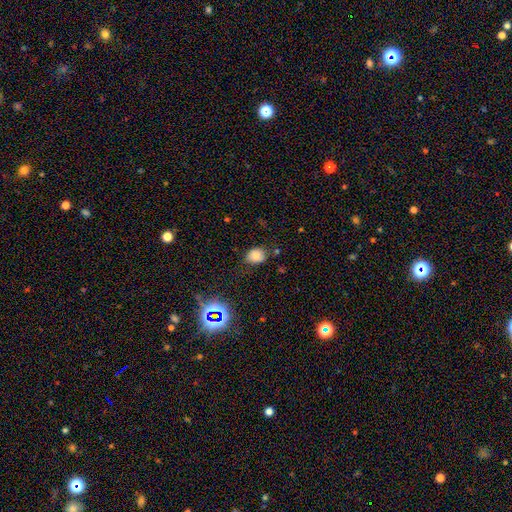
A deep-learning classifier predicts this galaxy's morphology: A smooth galaxy with no disk features (75%) that is round (56%). Merging: none (73%).